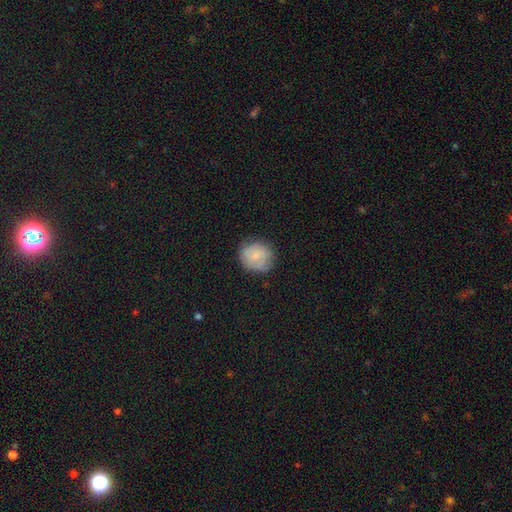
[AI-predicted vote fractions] smooth 69%, featured or disk 24%, star or artifact 7%. Down the decision tree: how rounded — round (84%); merging — none (76%).